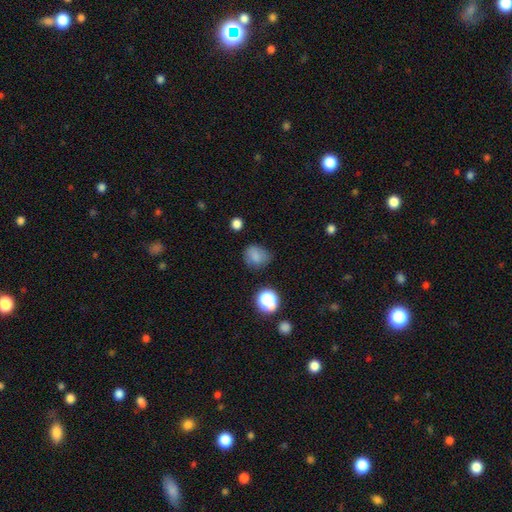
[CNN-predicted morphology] Overall: smooth (77%). How rounded: round (62%; in between 37%). Merging: none (63%; minor disturbance 26%).